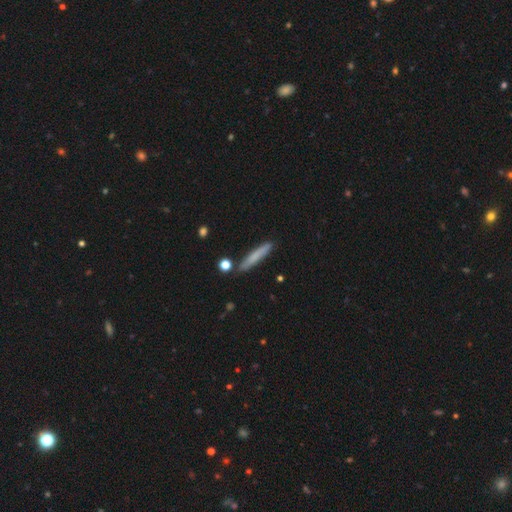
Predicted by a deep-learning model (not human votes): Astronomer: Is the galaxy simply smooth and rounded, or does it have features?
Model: smooth — 71%.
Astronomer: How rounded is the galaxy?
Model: cigar-shaped — 94%.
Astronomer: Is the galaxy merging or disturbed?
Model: none — 84%.